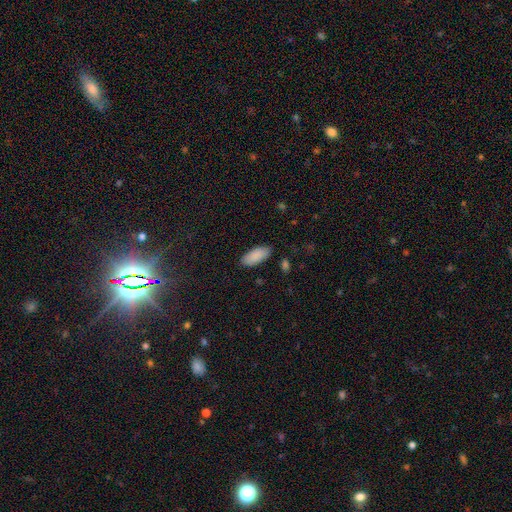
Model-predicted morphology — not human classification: smooth 90%, star or artifact 6%, featured or disk 4%. Down the decision tree: how rounded — in between (86%); merging — none (87%).